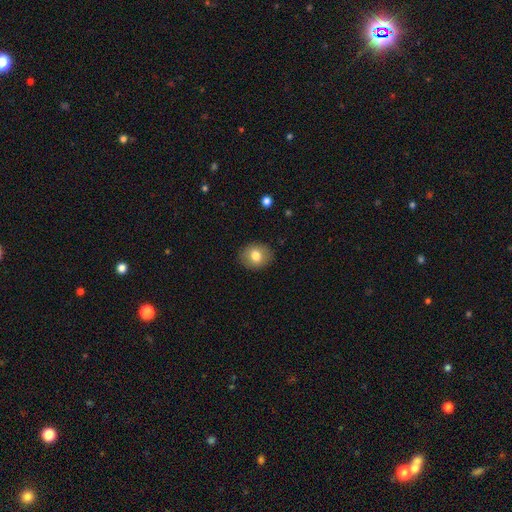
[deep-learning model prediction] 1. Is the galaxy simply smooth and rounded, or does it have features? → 78% smooth, 13% featured or disk, 9% star or artifact.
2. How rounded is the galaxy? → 65% round, 34% in between, 1% cigar-shaped.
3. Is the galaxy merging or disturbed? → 89% none, 8% minor disturbance, 2% major disturbance, 1% merger.